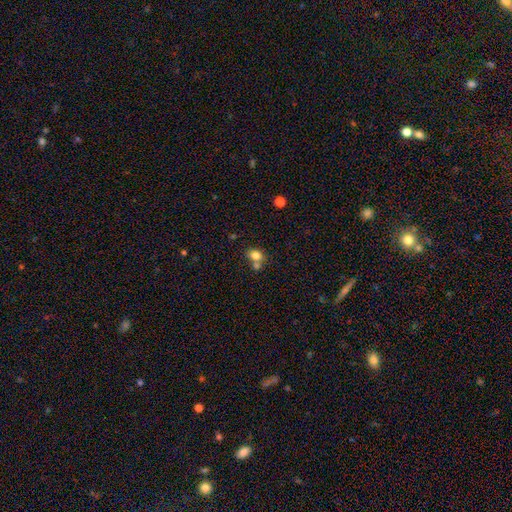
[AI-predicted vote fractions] Smooth or featured? smooth (80%)
How rounded? in between (54%)
Merging? none (51%)